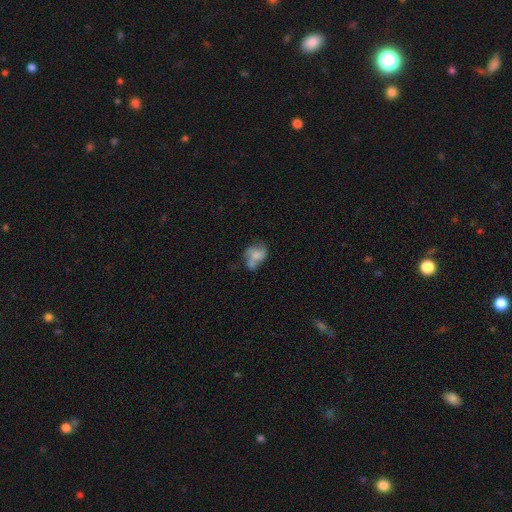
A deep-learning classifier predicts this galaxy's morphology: Smooth or featured?
  - smooth: 54% *
  - featured or disk: 36%
  - star or artifact: 10%
How rounded?
  - in between: 64% *
  - round: 35%
  - cigar-shaped: 2%
Merging?
  - none: 33% *
  - merger: 28%
  - minor disturbance: 23%
  - major disturbance: 17%